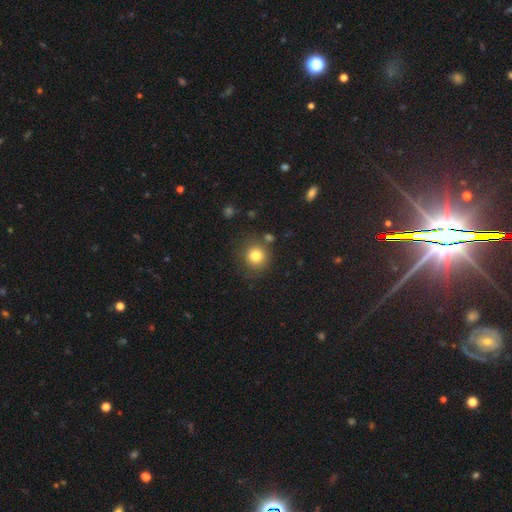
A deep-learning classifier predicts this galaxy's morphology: Q: Smooth or featured?
A: smooth (80%); runner-up: star or artifact (12%)
Q: How rounded?
A: round (90%); runner-up: in between (9%)
Q: Merging?
A: none (78%); runner-up: minor disturbance (12%)